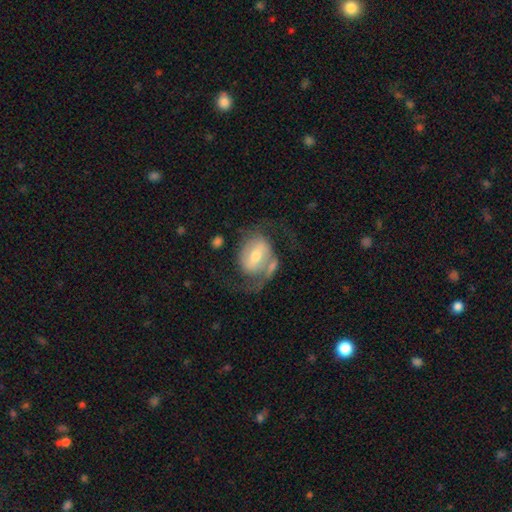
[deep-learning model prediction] This is likely a featured or disk galaxy (74%). It is clearly not viewed edge-on (97%). Bar: possibly weak (45%). Spiral arm pattern: clearly yes (87%). Spiral arm count: likely 2 (77%). Spiral winding: possibly medium (47%). Central bulge: possibly moderate (58%). Merging: possibly none (47%).